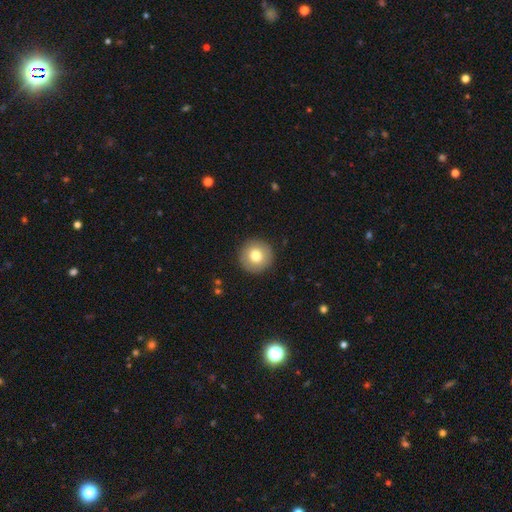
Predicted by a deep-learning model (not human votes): A smooth galaxy with no disk features (78%) that is round (96%). Merging: none (92%).